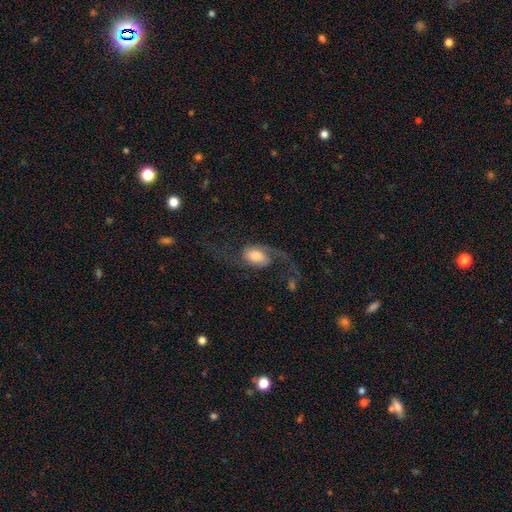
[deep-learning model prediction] A featured or disk galaxy (79%) with no bar (53%), 2 (90%) loose (76%) spiral arms (95%) and a large central bulge (39%). Merging: none (54%).